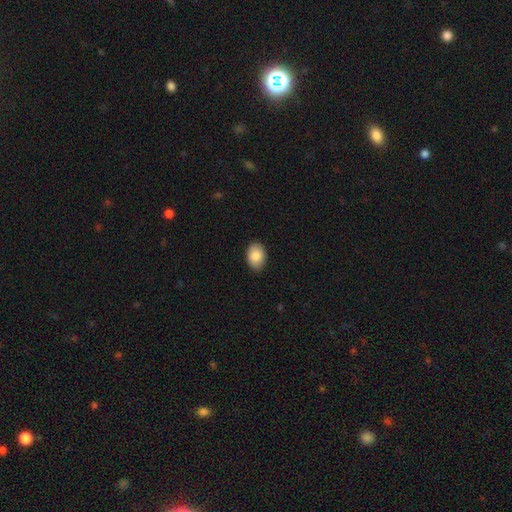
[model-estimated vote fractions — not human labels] smooth 87%, star or artifact 7%, featured or disk 6%. Down the decision tree: how rounded — in between (80%); merging — none (88%).